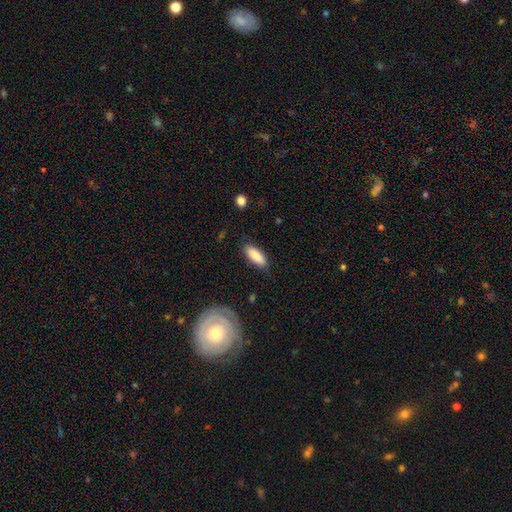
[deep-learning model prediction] A smooth galaxy with no disk features (86%) that is in between round and cigar-shaped (69%). Merging: none (82%).